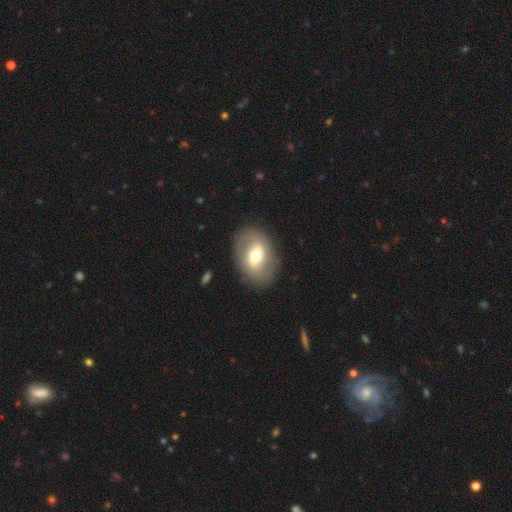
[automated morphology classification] featured or disk 48%, smooth 45%, star or artifact 7%. Down the decision tree: merging — none (82%).